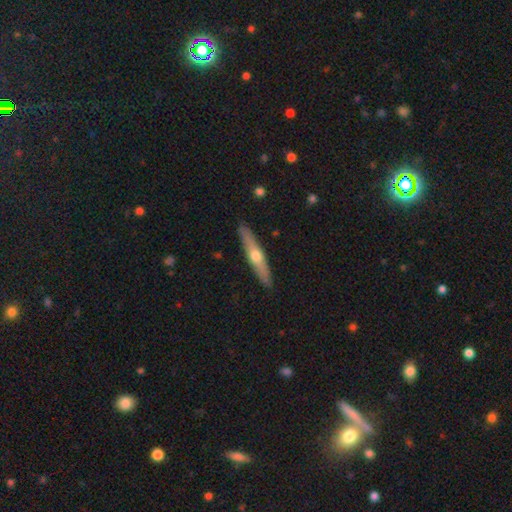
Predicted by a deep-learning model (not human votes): Smooth or featured? featured or disk (58%)
Edge-on disk? yes (91%)
Edge-on bulge? rounded (89%)
Merging? none (91%)